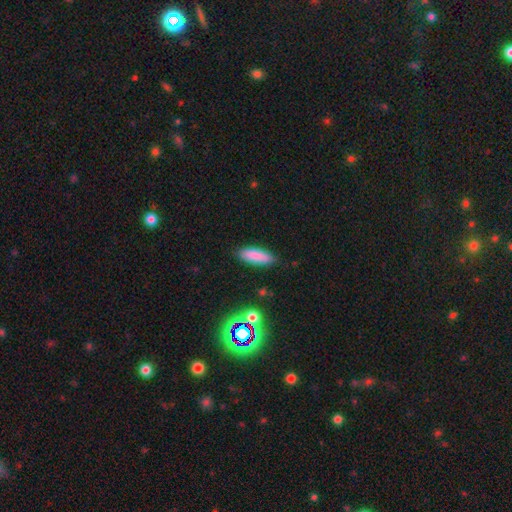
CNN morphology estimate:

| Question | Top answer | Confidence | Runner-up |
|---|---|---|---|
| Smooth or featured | smooth | 85% | star or artifact (8%) |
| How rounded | in between | 59% | cigar-shaped (40%) |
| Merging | none | 86% | minor disturbance (10%) |